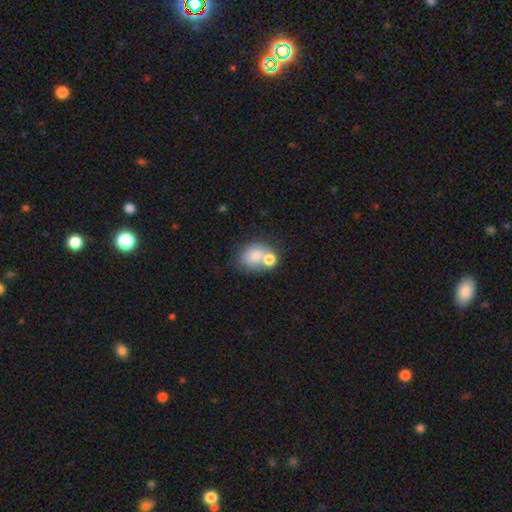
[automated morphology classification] Smooth or featured? smooth (76%)
How rounded? in between (51%)
Merging? merger (43%)